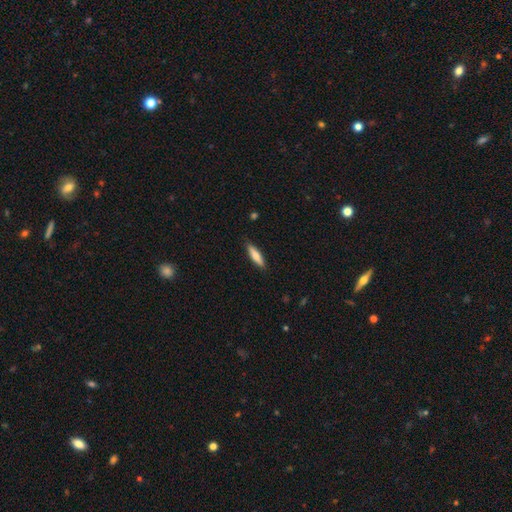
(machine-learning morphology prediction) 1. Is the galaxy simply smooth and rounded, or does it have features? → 74% smooth, 21% featured or disk, 6% star or artifact.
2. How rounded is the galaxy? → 72% cigar-shaped, 26% in between, 2% round.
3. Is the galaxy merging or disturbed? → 88% none, 9% minor disturbance, 2% major disturbance, 1% merger.